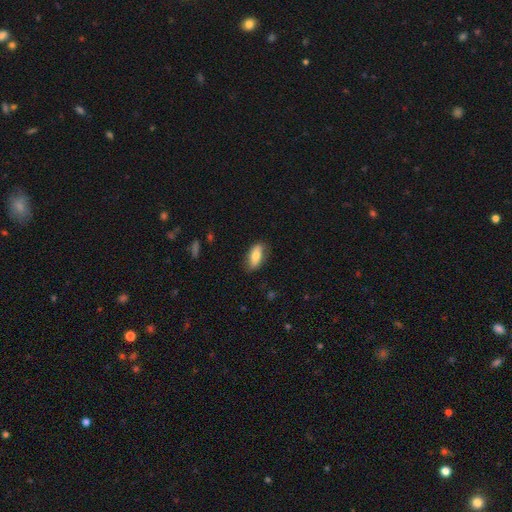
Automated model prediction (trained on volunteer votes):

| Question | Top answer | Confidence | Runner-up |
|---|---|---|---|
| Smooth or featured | smooth | 70% | featured or disk (23%) |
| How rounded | in between | 83% | cigar-shaped (14%) |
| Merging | none | 79% | minor disturbance (16%) |